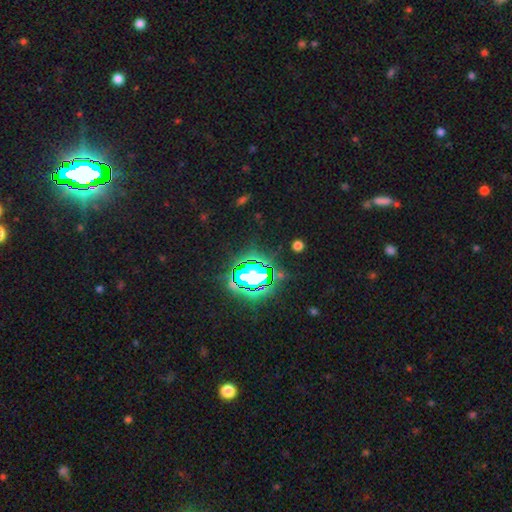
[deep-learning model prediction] A star or artifact, not a galaxy (82%).